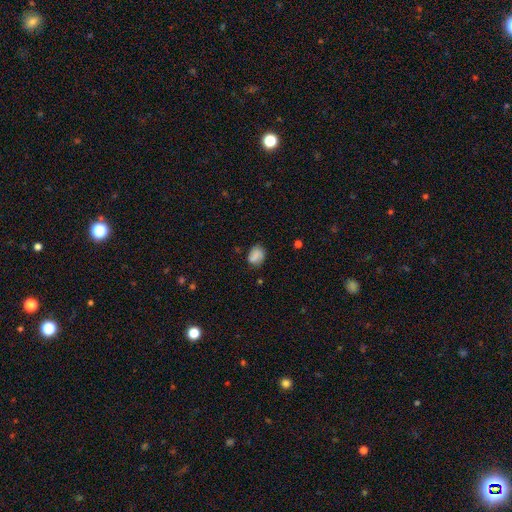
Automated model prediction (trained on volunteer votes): This is likely a smooth galaxy (74%). How rounded: likely in between (62%). Merging: likely none (66%).